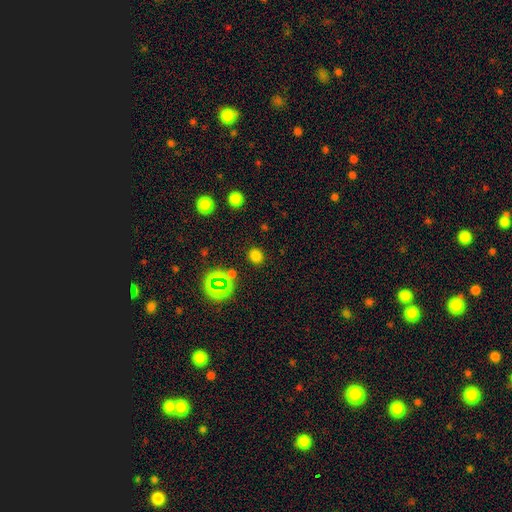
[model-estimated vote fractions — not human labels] Smooth or featured? Predicted: smooth (p=0.70). How rounded? Predicted: round (p=0.73). Merging? Predicted: none (p=0.85).